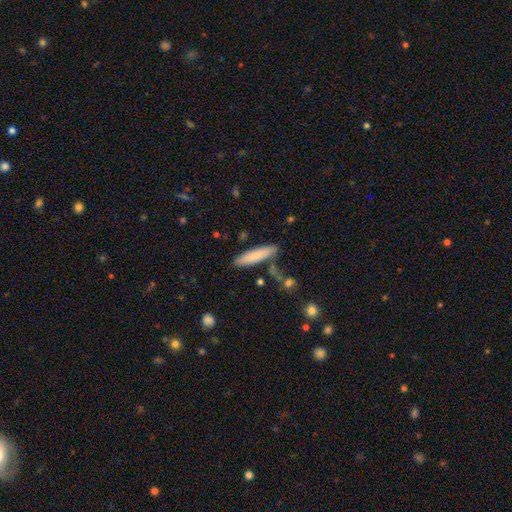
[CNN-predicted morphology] smooth_or_featured: smooth (p=0.80) [alt: featured or disk p=0.14]
how_rounded: cigar-shaped (p=0.80) [alt: in between p=0.19]
merging: none (p=0.81) [alt: minor disturbance p=0.11]